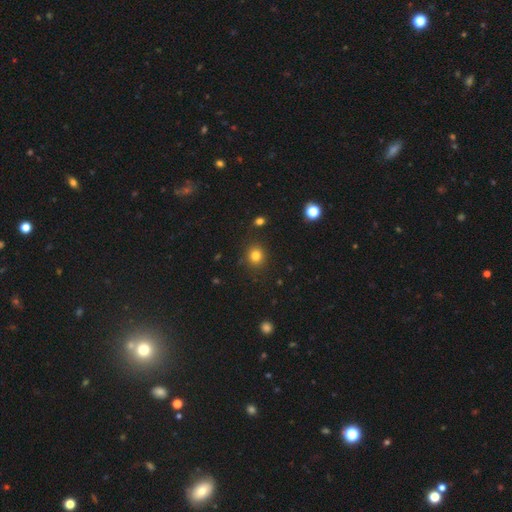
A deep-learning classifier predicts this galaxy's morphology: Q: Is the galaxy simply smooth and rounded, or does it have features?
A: smooth — 81%.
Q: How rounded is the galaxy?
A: round — 85%.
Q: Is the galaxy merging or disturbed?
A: none — 88%.